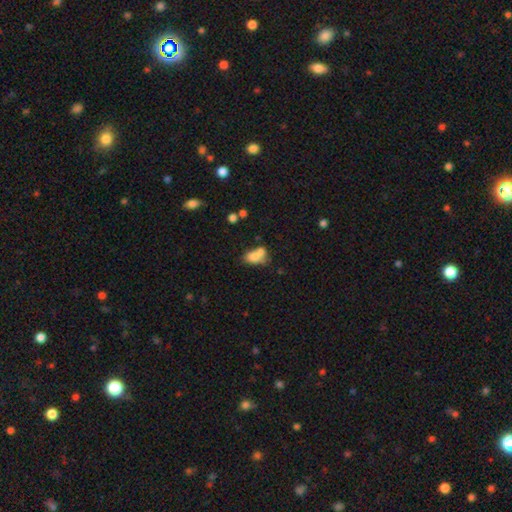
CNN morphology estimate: The model was most divided on "merging": merger: 54%, none: 27%, minor disturbance: 12%, major disturbance: 7%. More confident: how rounded — in between (76%); smooth or featured — smooth (73%).